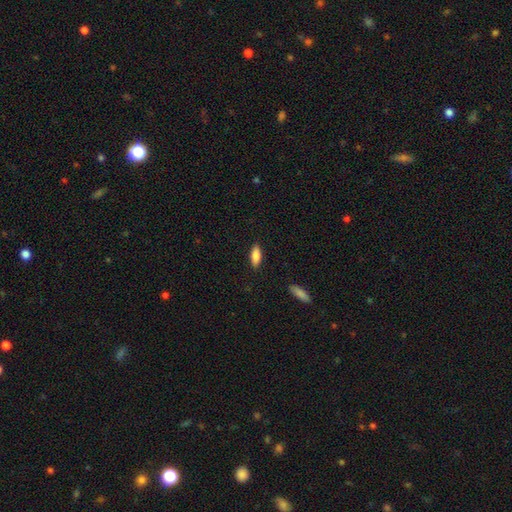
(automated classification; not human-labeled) Smooth or featured?
  - smooth: 83% *
  - featured or disk: 11%
  - star or artifact: 6%
How rounded?
  - in between: 67% *
  - cigar-shaped: 31%
  - round: 2%
Merging?
  - none: 88% *
  - minor disturbance: 9%
  - major disturbance: 2%
  - merger: 1%